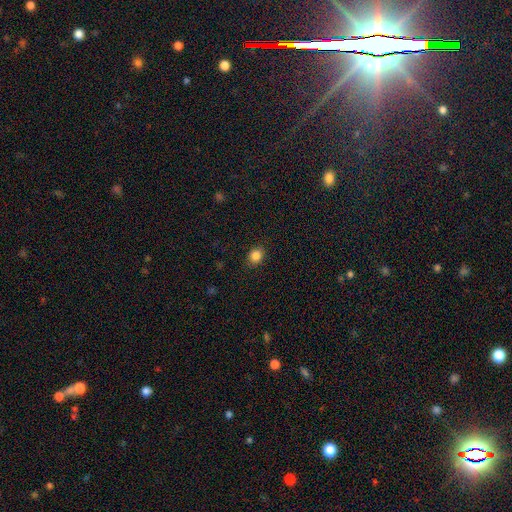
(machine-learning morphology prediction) This is clearly a smooth galaxy (85%). How rounded: likely round (67%). Merging: clearly none (89%).